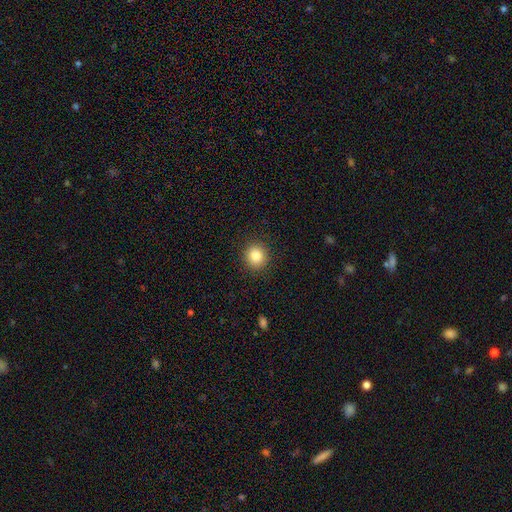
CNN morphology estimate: A smooth galaxy with no disk features (83%) that is round (90%). Merging: none (92%).